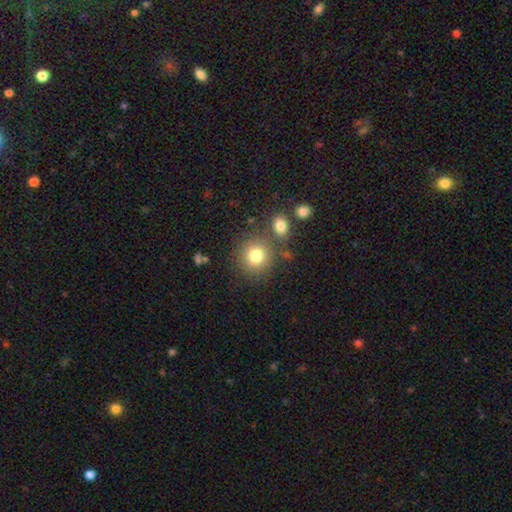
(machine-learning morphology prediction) A smooth galaxy with no disk features (79%) that is round (90%). Merging: none (76%).